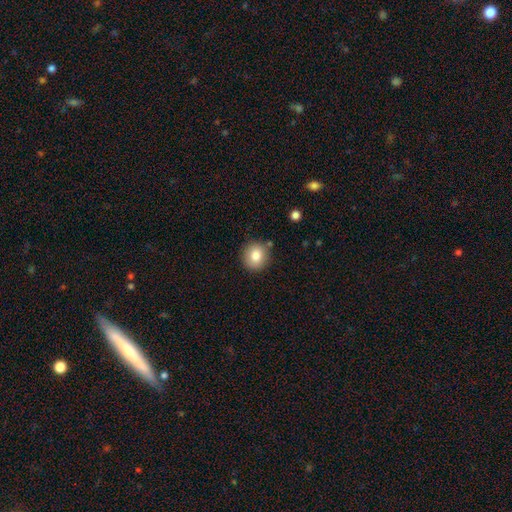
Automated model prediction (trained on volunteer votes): Smooth or featured?
  - smooth: 81% *
  - star or artifact: 10%
  - featured or disk: 9%
How rounded?
  - round: 89% *
  - in between: 10%
  - cigar-shaped: 1%
Merging?
  - none: 84% *
  - minor disturbance: 9%
  - merger: 4%
  - major disturbance: 2%